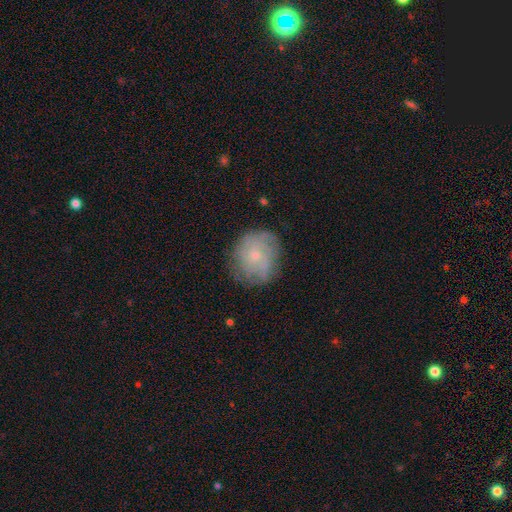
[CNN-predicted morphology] The model was most divided on "smooth or featured": featured or disk: 48%, smooth: 42%, star or artifact: 9%. More confident: merging — none (71%).